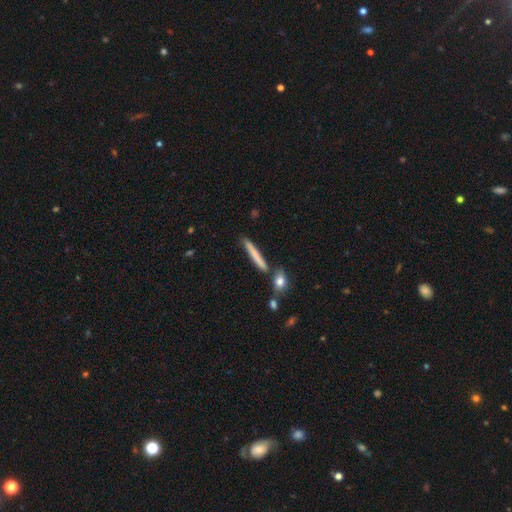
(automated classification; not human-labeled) Q: Smooth or featured?
A: smooth (69%); runner-up: featured or disk (25%)
Q: How rounded?
A: cigar-shaped (94%); runner-up: in between (5%)
Q: Merging?
A: none (79%); runner-up: minor disturbance (11%)